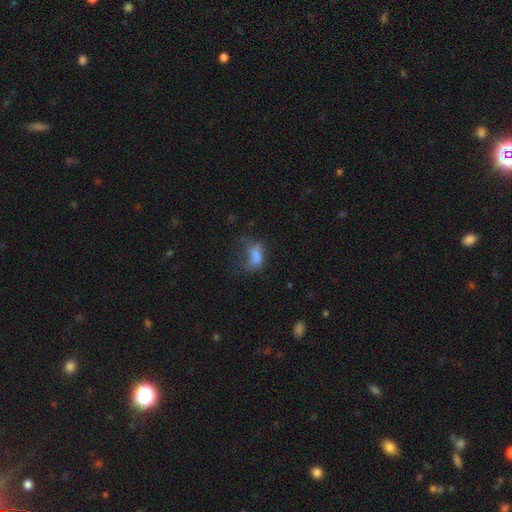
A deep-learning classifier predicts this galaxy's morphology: A smooth galaxy with no disk features (69%) that is in between round and cigar-shaped (84%). Merging: major disturbance (42%).